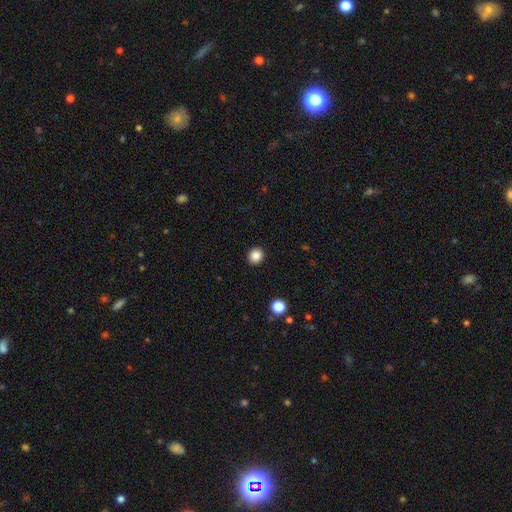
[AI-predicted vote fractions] smooth 86%, star or artifact 11%, featured or disk 4%. Down the decision tree: how rounded — round (85%); merging — none (92%).